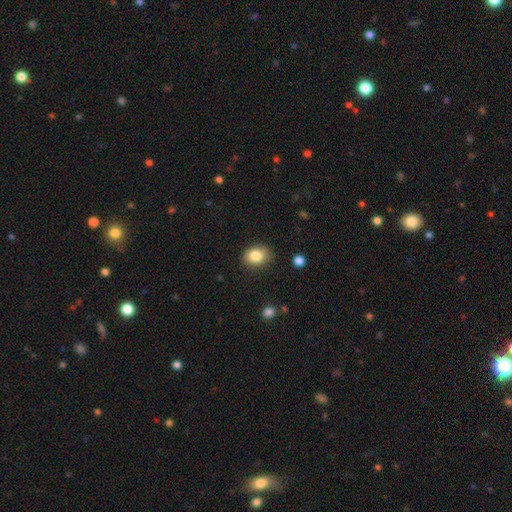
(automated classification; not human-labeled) A smooth galaxy with no disk features (84%) that is in between round and cigar-shaped (63%). Merging: none (83%).